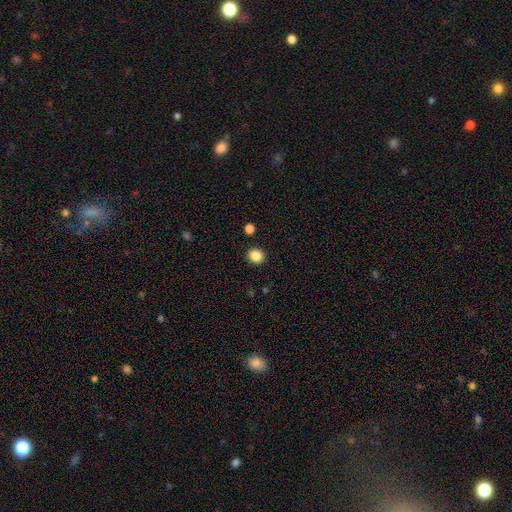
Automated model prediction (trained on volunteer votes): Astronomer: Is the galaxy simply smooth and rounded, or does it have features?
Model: smooth — 86%.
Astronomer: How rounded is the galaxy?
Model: round — 91%.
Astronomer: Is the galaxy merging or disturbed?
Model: none — 91%.